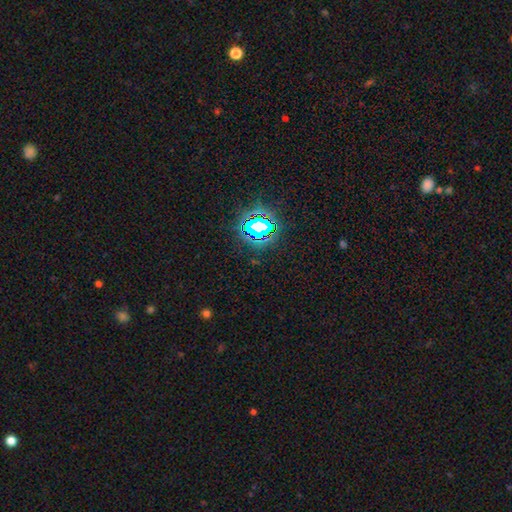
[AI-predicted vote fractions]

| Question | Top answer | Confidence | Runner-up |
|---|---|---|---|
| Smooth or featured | star or artifact | 79% | smooth (13%) |